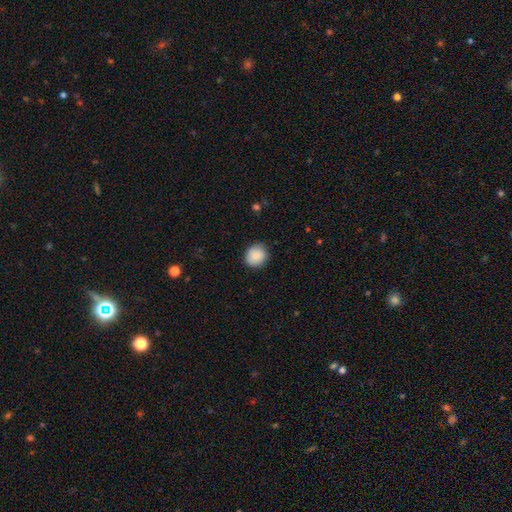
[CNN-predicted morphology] This is clearly a smooth galaxy (89%). How rounded: clearly round (83%). Merging: clearly none (85%).